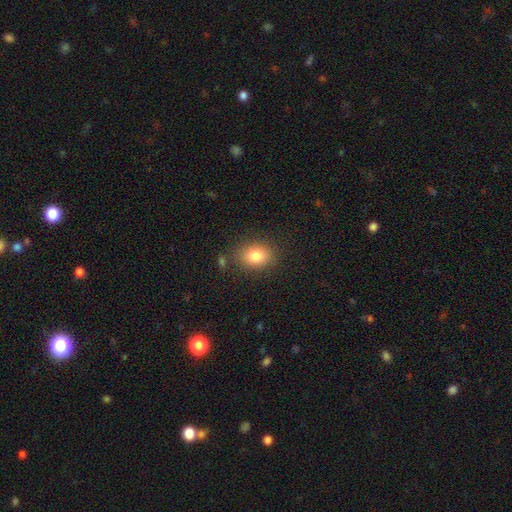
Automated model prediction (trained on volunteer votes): This is clearly a smooth galaxy (82%). How rounded: possibly in between (58%). Merging: clearly none (82%).